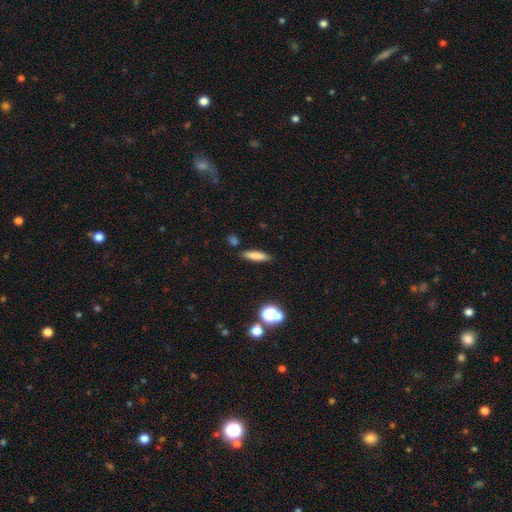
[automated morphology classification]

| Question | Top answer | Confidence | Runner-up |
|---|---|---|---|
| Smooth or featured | smooth | 79% | featured or disk (12%) |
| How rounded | cigar-shaped | 73% | in between (25%) |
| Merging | none | 85% | minor disturbance (9%) |